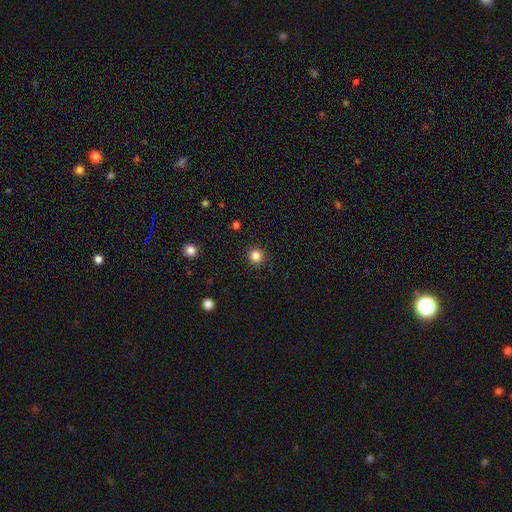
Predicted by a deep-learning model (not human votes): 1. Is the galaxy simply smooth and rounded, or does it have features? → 84% smooth, 12% star or artifact, 4% featured or disk.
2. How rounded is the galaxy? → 95% round, 4% in between, 1% cigar-shaped.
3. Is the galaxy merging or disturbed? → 92% none, 5% minor disturbance, 2% major disturbance, 1% merger.